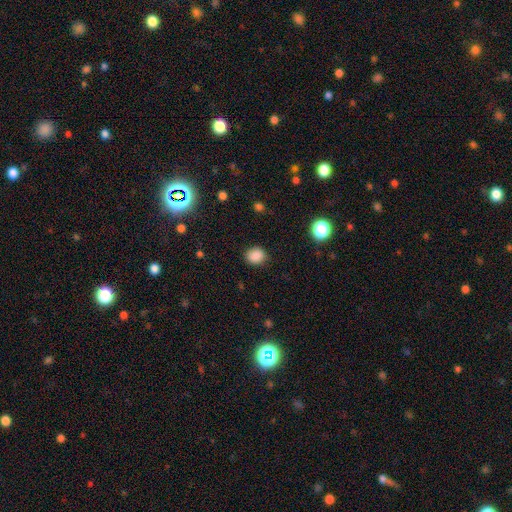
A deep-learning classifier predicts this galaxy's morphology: smooth_or_featured: smooth (p=0.85) [alt: star or artifact p=0.11]
how_rounded: round (p=0.73) [alt: in between p=0.26]
merging: none (p=0.87) [alt: minor disturbance p=0.09]